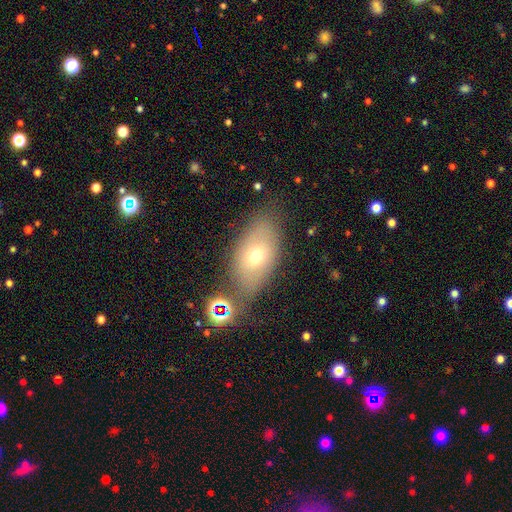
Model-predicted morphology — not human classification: The model was most divided on "smooth or featured": smooth: 62%, featured or disk: 25%, star or artifact: 13%. More confident: how rounded — in between (86%); merging — none (69%).